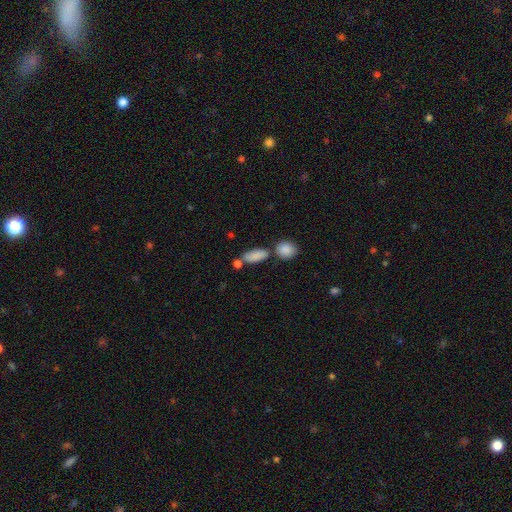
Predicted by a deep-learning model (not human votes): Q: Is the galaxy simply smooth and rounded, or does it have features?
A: smooth — 86%.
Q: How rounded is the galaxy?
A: in between — 80%.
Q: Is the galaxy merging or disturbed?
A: none — 62%.